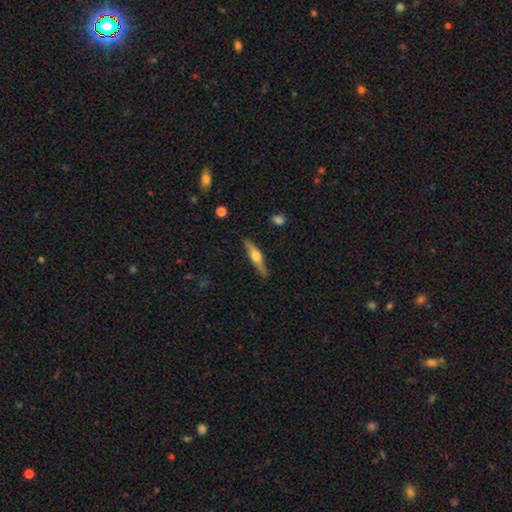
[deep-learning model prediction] This is possibly a featured or disk galaxy (54%). It is clearly viewed edge-on (93%). Edge-on bulge: clearly rounded (91%). Merging: clearly none (86%).